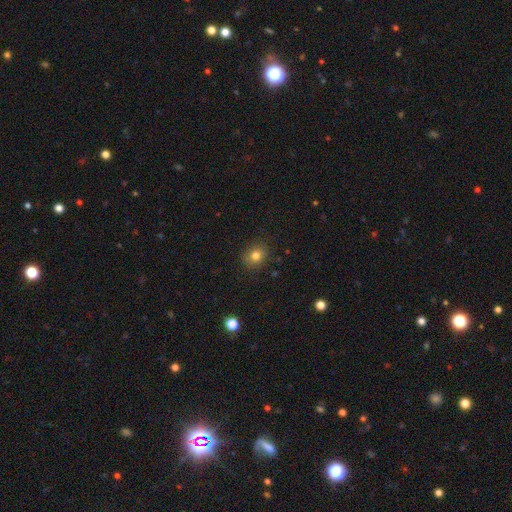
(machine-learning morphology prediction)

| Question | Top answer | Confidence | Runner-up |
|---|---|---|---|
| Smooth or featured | smooth | 79% | star or artifact (14%) |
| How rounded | round | 69% | in between (30%) |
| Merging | none | 87% | minor disturbance (10%) |